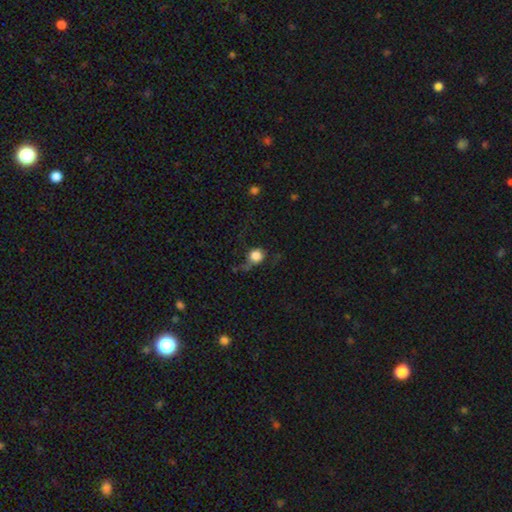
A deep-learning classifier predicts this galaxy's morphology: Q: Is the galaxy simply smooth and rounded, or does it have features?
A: smooth — 76%.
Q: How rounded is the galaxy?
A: round — 84%.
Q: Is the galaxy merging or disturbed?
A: none — 45%.